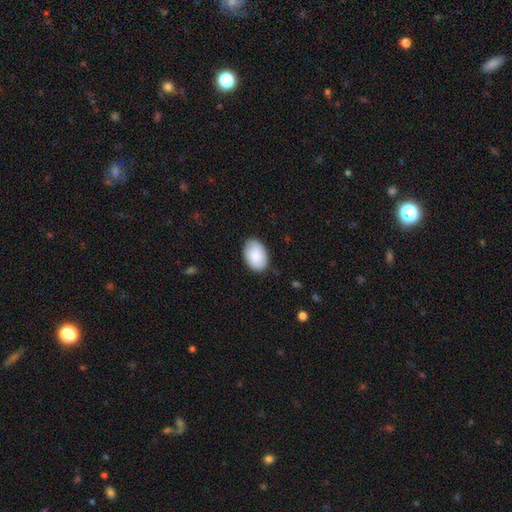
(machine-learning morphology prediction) This is clearly a smooth galaxy (88%). How rounded: clearly in between (88%). Merging: clearly none (83%).